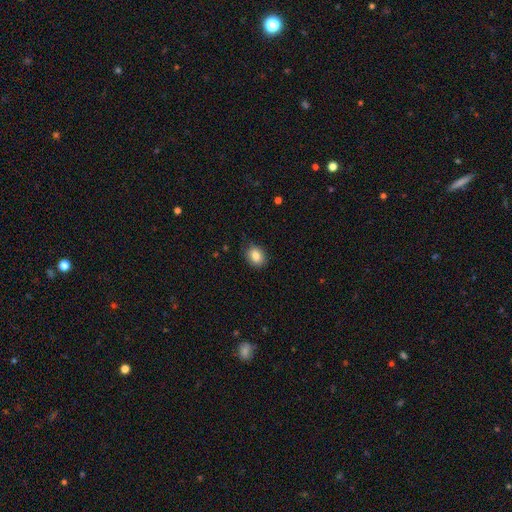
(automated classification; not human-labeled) Q: Smooth or featured?
A: smooth (85%); runner-up: star or artifact (9%)
Q: How rounded?
A: in between (58%); runner-up: round (41%)
Q: Merging?
A: none (83%); runner-up: minor disturbance (14%)